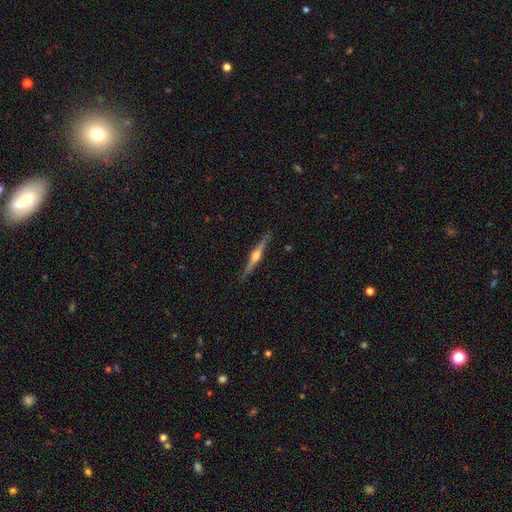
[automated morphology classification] This is likely a featured or disk galaxy (78%). It is clearly viewed edge-on (98%). Edge-on bulge: clearly rounded (93%). Merging: clearly none (88%).